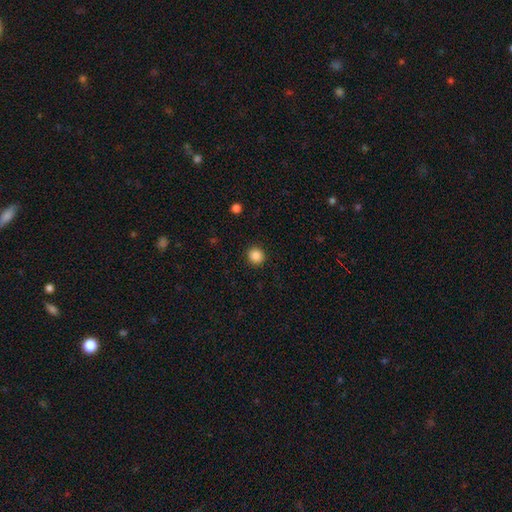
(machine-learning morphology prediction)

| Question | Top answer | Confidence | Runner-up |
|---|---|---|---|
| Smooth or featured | smooth | 87% | star or artifact (10%) |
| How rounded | round | 90% | in between (9%) |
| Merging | none | 92% | minor disturbance (5%) |